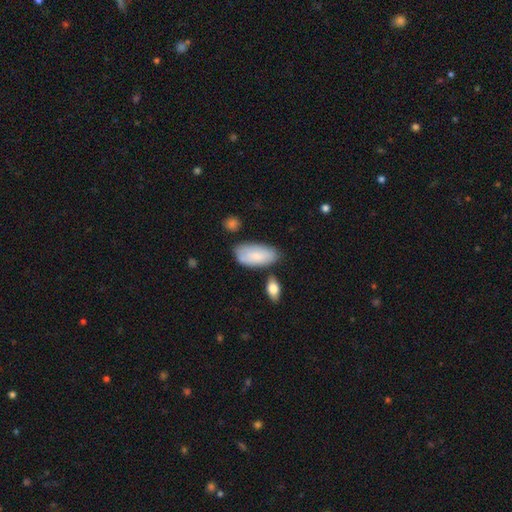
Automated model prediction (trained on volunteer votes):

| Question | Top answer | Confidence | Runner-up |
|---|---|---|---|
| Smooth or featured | smooth | 77% | featured or disk (17%) |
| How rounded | in between | 94% | cigar-shaped (4%) |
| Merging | none | 65% | minor disturbance (23%) |